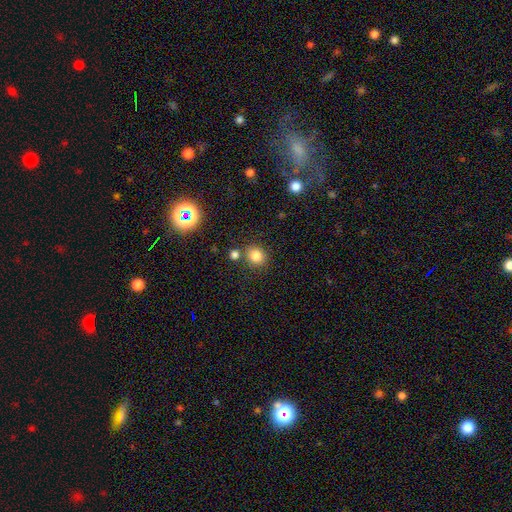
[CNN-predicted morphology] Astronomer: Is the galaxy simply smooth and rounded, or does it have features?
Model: smooth — 82%.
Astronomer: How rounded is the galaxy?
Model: round — 78%.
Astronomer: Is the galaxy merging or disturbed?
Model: none — 75%.